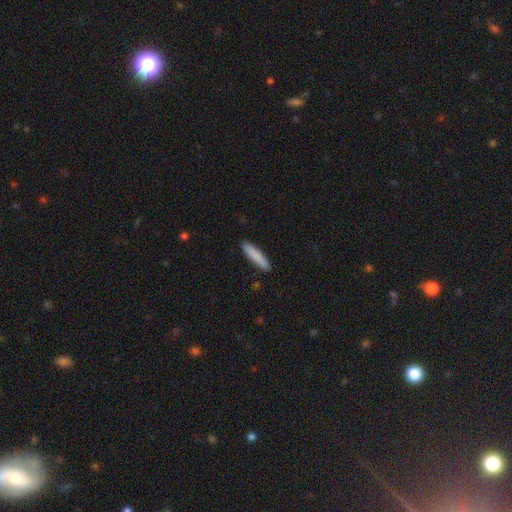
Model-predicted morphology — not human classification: A smooth galaxy with no disk features (86%) that is cigar-shaped (86%). Merging: none (90%).